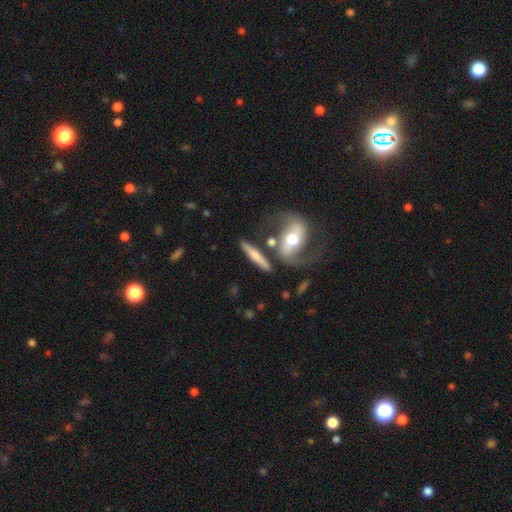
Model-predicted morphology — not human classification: smooth-or-featured: featured or disk: 56% | smooth: 38% | star or artifact: 6%
  disk-edge-on: yes: 75% | no: 25%
  merging: none: 69% | merger: 14% | minor disturbance: 13% | major disturbance: 5%